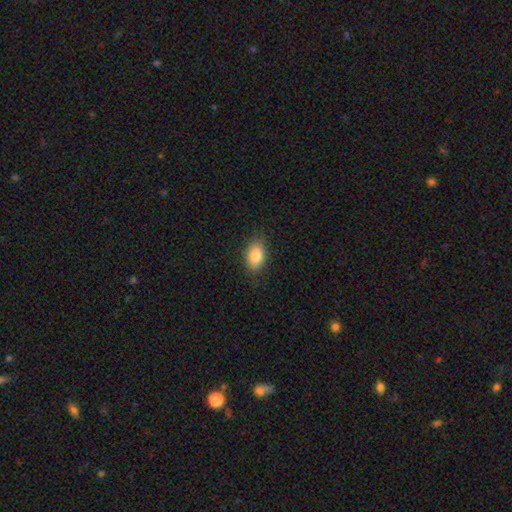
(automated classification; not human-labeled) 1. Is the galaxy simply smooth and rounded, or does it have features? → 84% smooth, 8% star or artifact, 8% featured or disk.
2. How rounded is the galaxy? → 88% in between, 10% round, 2% cigar-shaped.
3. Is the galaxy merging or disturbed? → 84% none, 12% minor disturbance, 3% major disturbance, 1% merger.